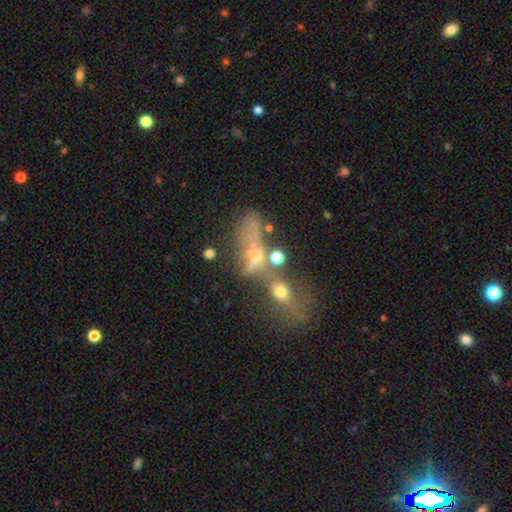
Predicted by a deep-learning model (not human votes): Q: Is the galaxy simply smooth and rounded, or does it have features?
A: featured or disk — 42%.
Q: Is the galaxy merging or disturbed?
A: merger — 53%.